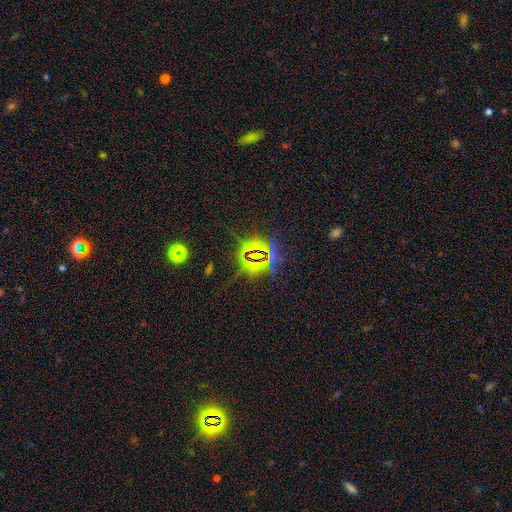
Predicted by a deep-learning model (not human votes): The model was most divided on "smooth or featured": star or artifact: 80%, smooth: 12%, featured or disk: 8%.